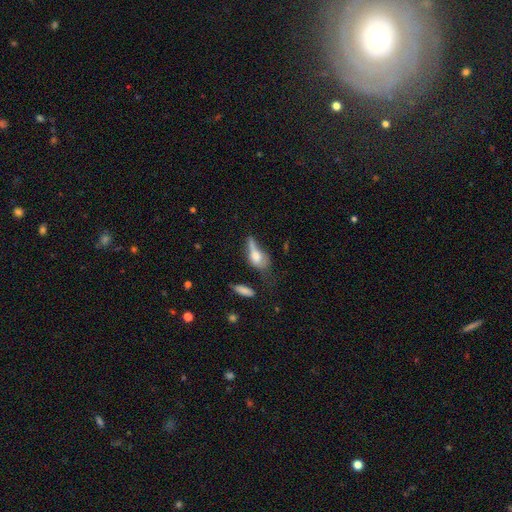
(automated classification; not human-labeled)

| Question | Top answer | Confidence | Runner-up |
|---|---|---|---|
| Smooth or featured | smooth | 59% | featured or disk (31%) |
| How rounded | in between | 69% | cigar-shaped (20%) |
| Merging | major disturbance | 39% | minor disturbance (24%) |